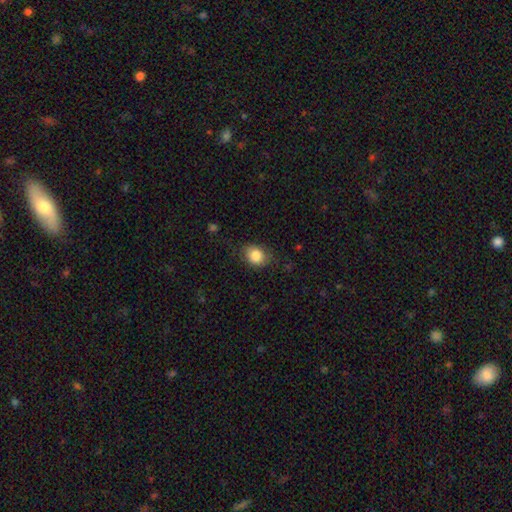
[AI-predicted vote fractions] Overall: smooth (84%). How rounded: round (50%; in between 49%). Merging: none (76%).